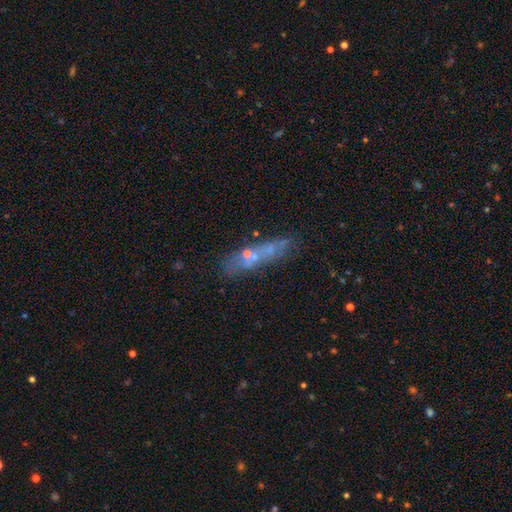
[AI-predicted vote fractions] A featured or disk galaxy (43%).

Vote fractions:
- Smooth or featured? featured or disk: 43% / smooth: 41% / star or artifact: 17%
- Merging? none: 58% / merger: 17% / minor disturbance: 16% / major disturbance: 9%